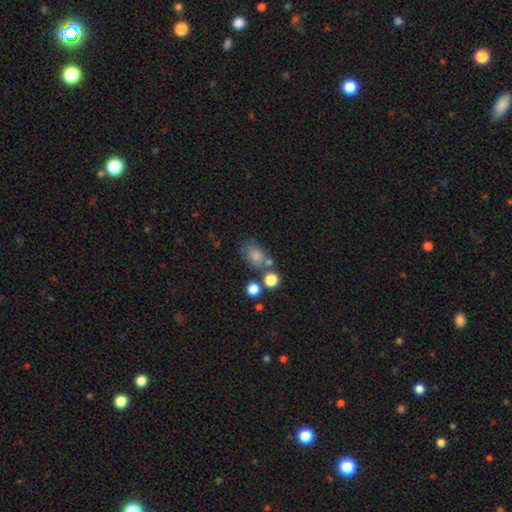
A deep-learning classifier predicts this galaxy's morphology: type=smooth (79%); roundness=in between (69%); merging=none (56%).